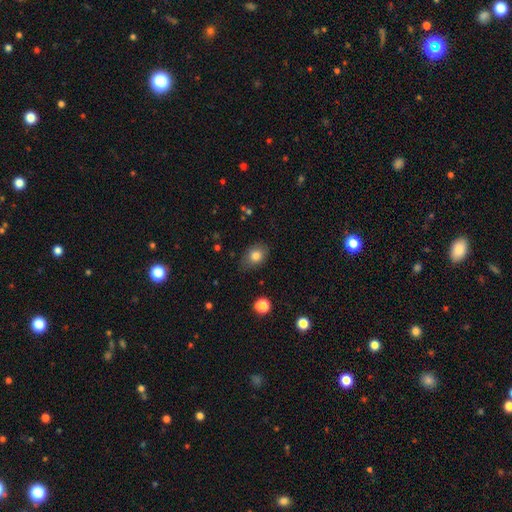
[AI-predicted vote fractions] Overall: smooth (82%). How rounded: in between (65%; round 34%). Merging: none (73%).